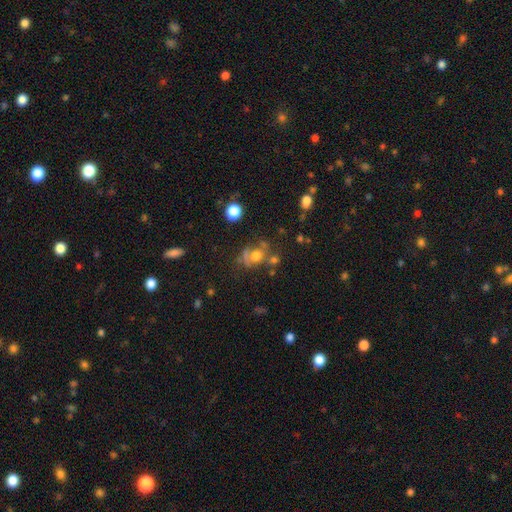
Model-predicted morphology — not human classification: This is possibly a smooth galaxy (55%). How rounded: likely round (61%). Merging: marginally none (40%).